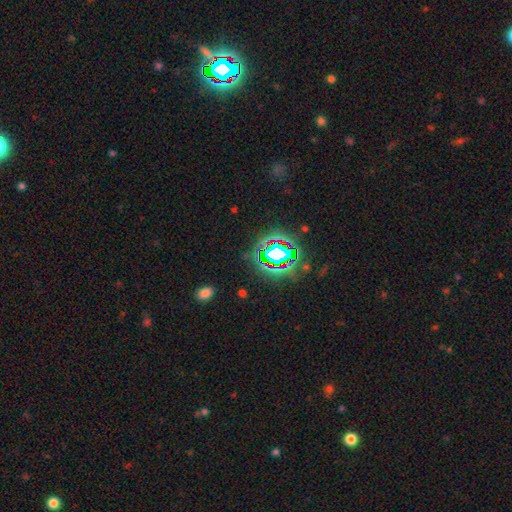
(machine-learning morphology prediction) Smooth or featured? Predicted: star or artifact (p=0.78).